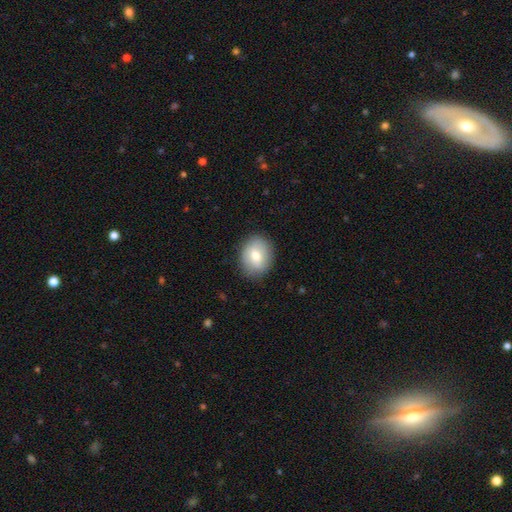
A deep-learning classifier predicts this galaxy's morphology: The model was most divided on "how rounded": in between: 50%, round: 49%, cigar-shaped: 1%. More confident: merging — none (85%); smooth or featured — smooth (71%).